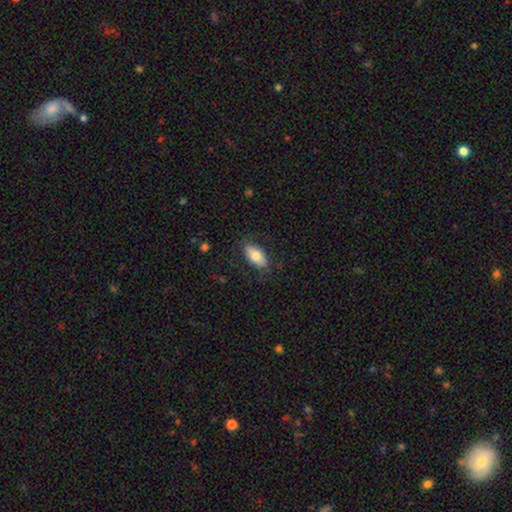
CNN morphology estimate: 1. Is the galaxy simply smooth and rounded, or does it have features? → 74% smooth, 20% featured or disk, 6% star or artifact.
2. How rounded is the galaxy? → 91% in between, 5% cigar-shaped, 3% round.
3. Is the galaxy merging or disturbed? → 80% none, 14% minor disturbance, 5% major disturbance, 1% merger.